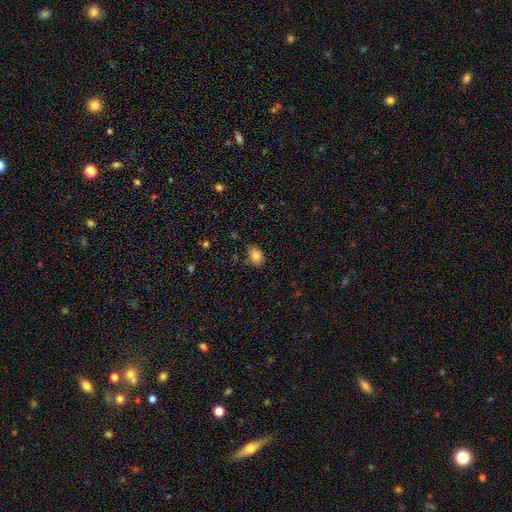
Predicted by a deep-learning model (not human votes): This is clearly a smooth galaxy (82%). How rounded: likely in between (73%). Merging: likely none (79%).